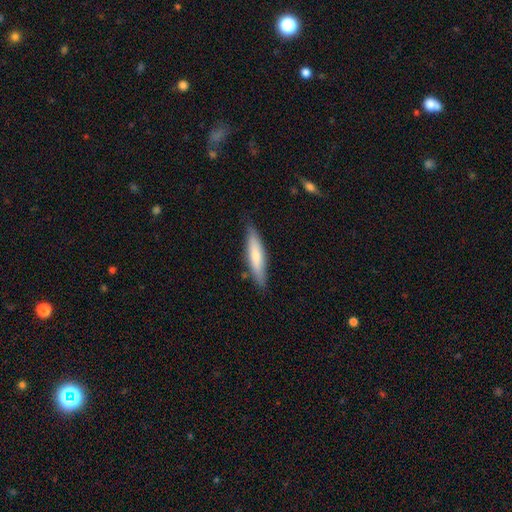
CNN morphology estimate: type=smooth (69%); roundness=cigar-shaped (83%); merging=none (82%).